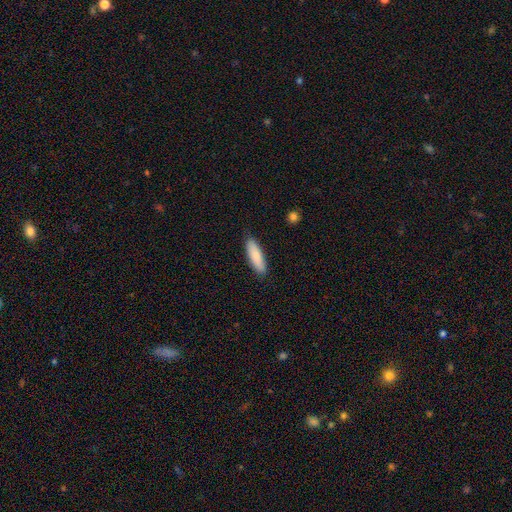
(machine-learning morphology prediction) A smooth galaxy with no disk features (83%) that is cigar-shaped (53%). Merging: none (87%).